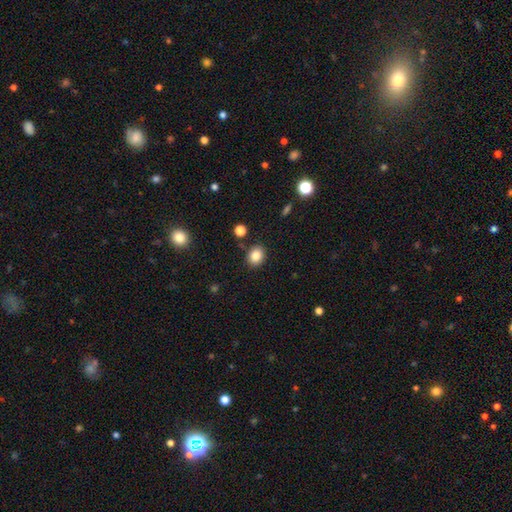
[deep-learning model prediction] Morphology: type=smooth (84%); roundness=round (60%); merging=none (85%).